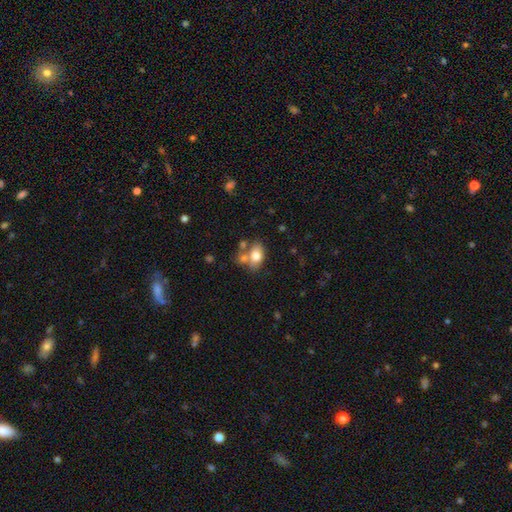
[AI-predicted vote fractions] Smooth or featured? smooth (76%)
How rounded? in between (82%)
Merging? none (47%)